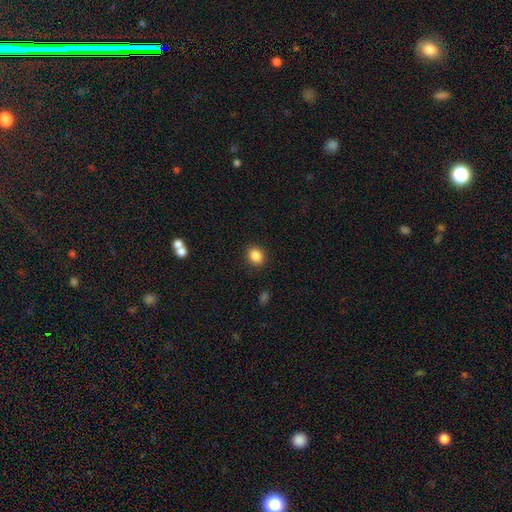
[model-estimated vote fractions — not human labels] Smooth or featured?
  - smooth: 87% *
  - star or artifact: 10%
  - featured or disk: 4%
How rounded?
  - round: 66% *
  - in between: 33%
  - cigar-shaped: 1%
Merging?
  - none: 90% *
  - minor disturbance: 7%
  - major disturbance: 2%
  - merger: 1%